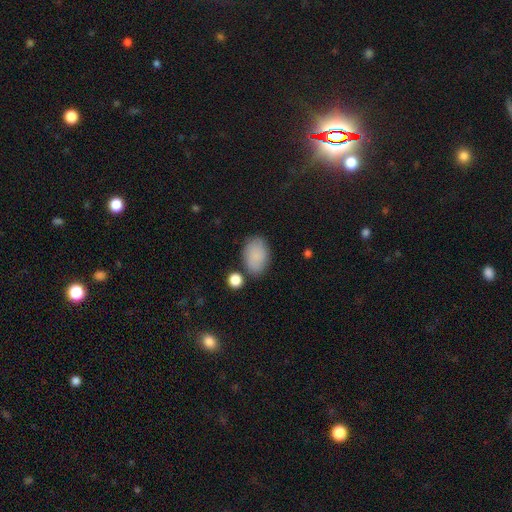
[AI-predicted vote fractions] smooth-or-featured: smooth: 87% | star or artifact: 7% | featured or disk: 6%
  how-rounded: in between: 88% | round: 11% | cigar-shaped: 1%
  merging: none: 75% | minor disturbance: 15% | merger: 6% | major disturbance: 4%